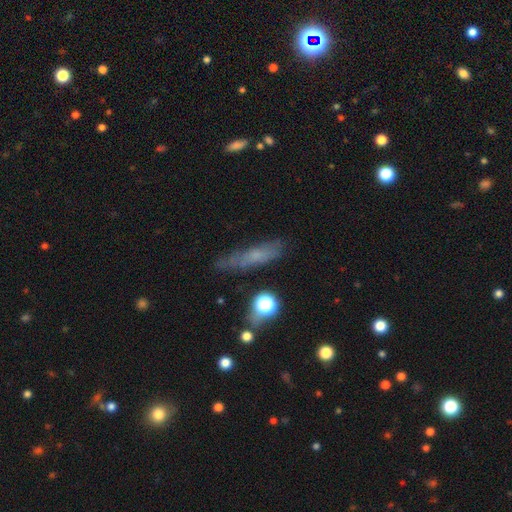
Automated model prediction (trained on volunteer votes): smooth_or_featured: smooth (p=0.53) [alt: featured or disk p=0.33]
how_rounded: cigar-shaped (p=0.75) [alt: in between p=0.21]
merging: none (p=0.66) [alt: minor disturbance p=0.22]